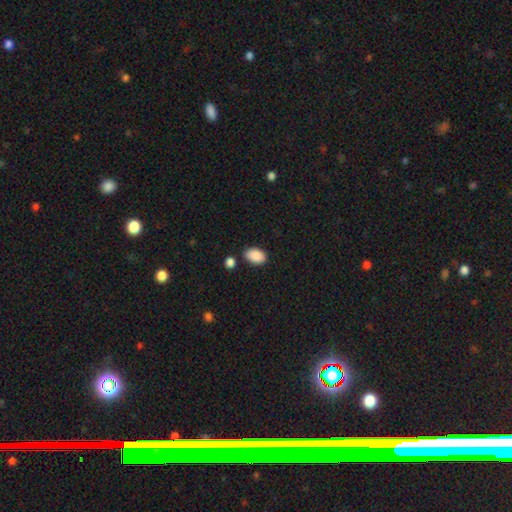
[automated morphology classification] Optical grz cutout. It shows a smooth galaxy with no disk features (89%) that is in between round and cigar-shaped (90%). Merging: none (78%).